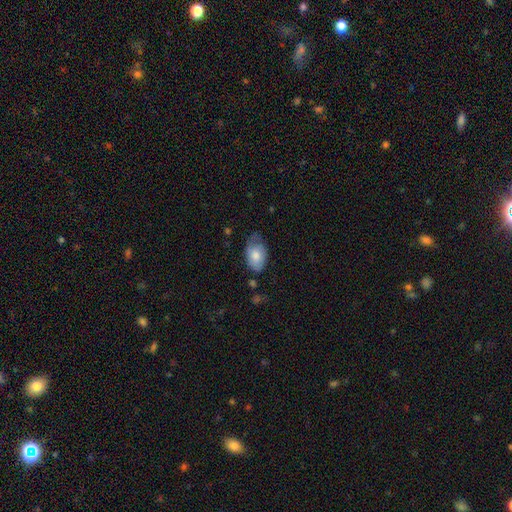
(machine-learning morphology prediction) Smooth or featured? smooth (74%)
How rounded? in between (90%)
Merging? none (47%)